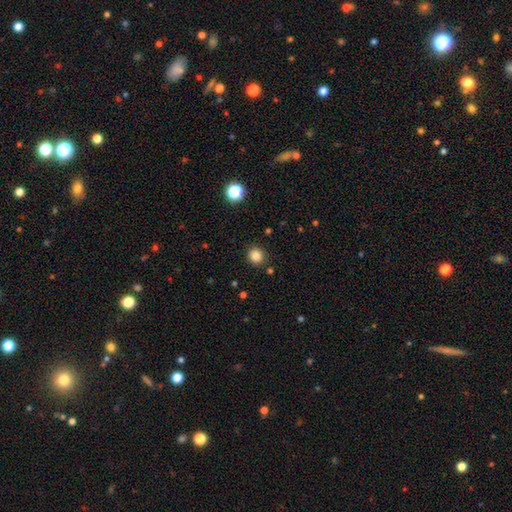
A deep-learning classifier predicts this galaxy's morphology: type=smooth (83%); roundness=round (88%); merging=none (90%).